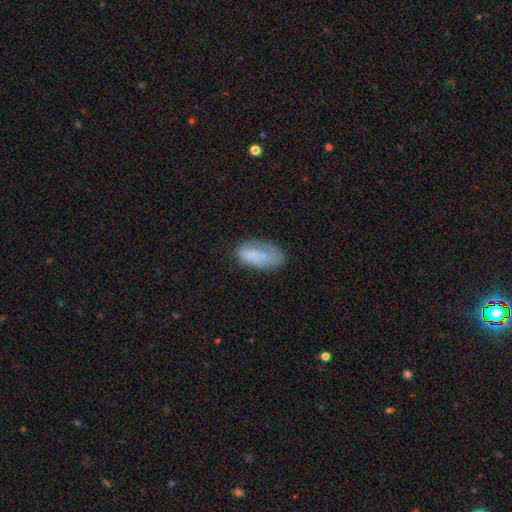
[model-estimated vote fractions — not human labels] This is likely a smooth galaxy (72%). How rounded: clearly in between (89%). Merging: possibly none (56%).